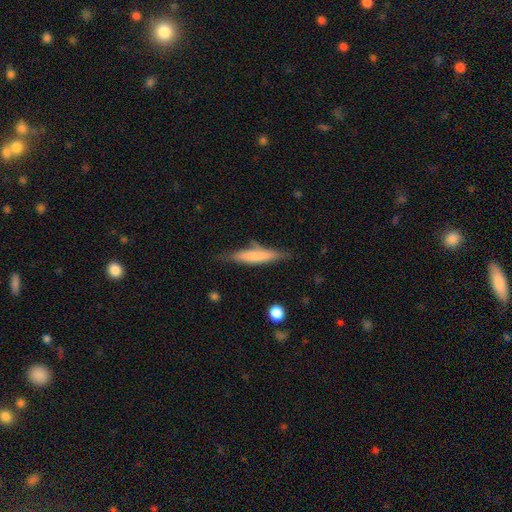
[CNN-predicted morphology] This is likely a smooth galaxy (69%). How rounded: clearly cigar-shaped (88%). Merging: likely none (67%).